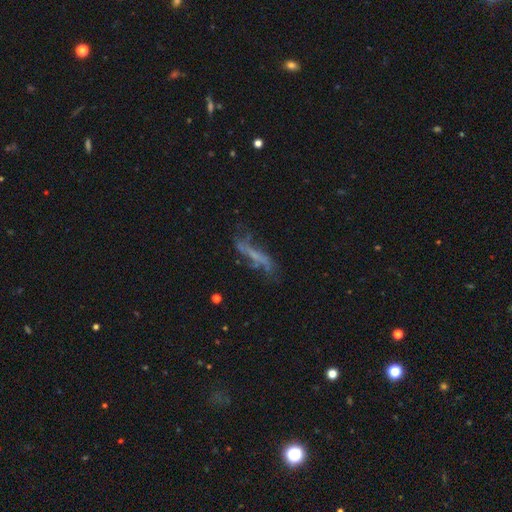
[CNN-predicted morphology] A featured or disk galaxy (59%). Merging: none (48%).